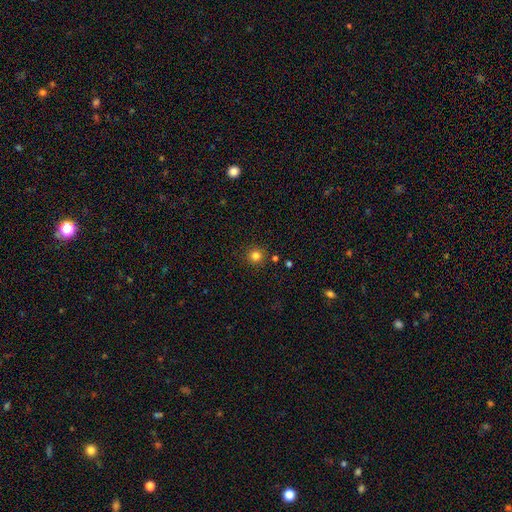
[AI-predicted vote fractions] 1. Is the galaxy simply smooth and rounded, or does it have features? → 81% smooth, 14% star or artifact, 5% featured or disk.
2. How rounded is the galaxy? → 95% round, 4% in between, 1% cigar-shaped.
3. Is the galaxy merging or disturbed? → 89% none, 6% minor disturbance, 3% merger, 2% major disturbance.